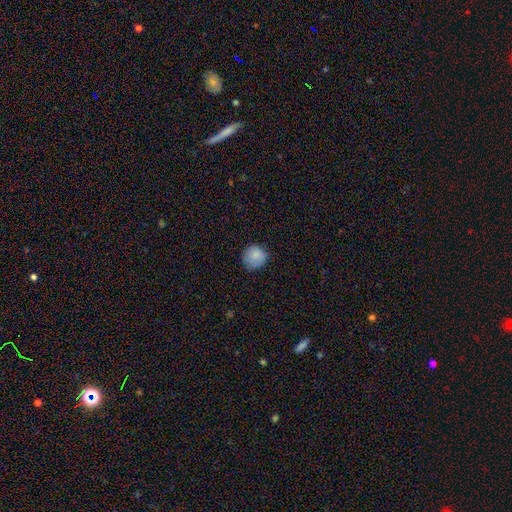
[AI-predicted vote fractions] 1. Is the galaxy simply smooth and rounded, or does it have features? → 85% smooth, 9% star or artifact, 7% featured or disk.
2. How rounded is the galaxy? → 88% round, 11% in between, 1% cigar-shaped.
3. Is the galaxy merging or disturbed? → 74% none, 21% minor disturbance, 4% major disturbance, 1% merger.